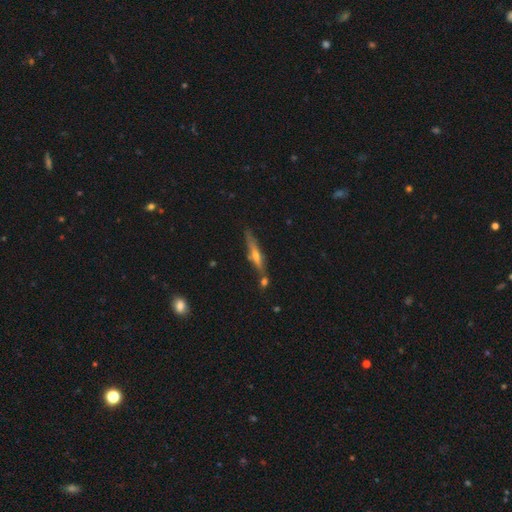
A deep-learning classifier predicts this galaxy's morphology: Smooth or featured: featured or disk — 69% (smooth — 23%)
Edge-on disk: yes — 94% (no — 6%)
Edge-on bulge: rounded — 85% (none — 10%)
Merging: none — 76% (minor disturbance — 13%)